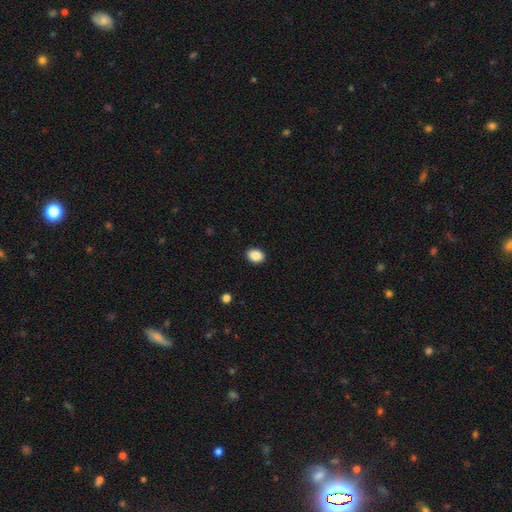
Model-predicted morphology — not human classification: smooth-or-featured: smooth: 88% | star or artifact: 8% | featured or disk: 4%
  how-rounded: in between: 61% | round: 39% | cigar-shaped: 1%
  merging: none: 91% | minor disturbance: 7% | major disturbance: 2% | merger: 1%